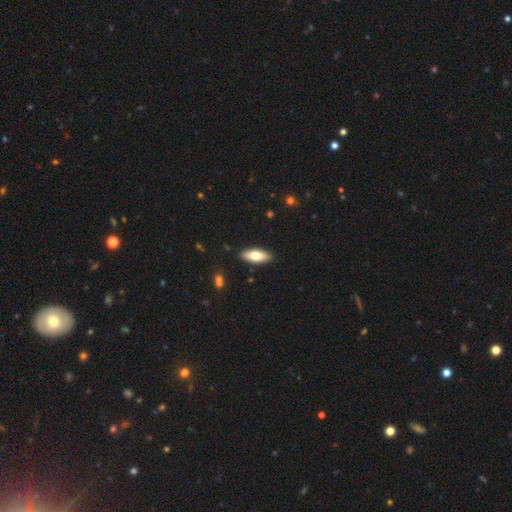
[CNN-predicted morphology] smooth-or-featured: smooth: 70% | featured or disk: 24% | star or artifact: 6%
  how-rounded: in between: 75% | cigar-shaped: 23% | round: 2%
  merging: none: 89% | minor disturbance: 8% | major disturbance: 2% | merger: 1%